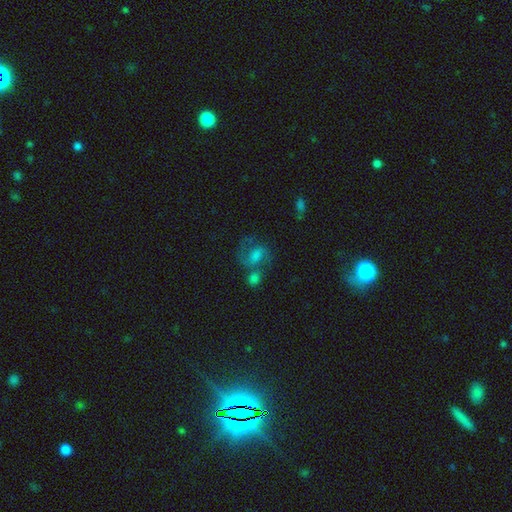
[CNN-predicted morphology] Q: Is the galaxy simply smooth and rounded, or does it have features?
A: featured or disk — 56%.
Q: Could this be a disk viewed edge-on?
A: no — 97%.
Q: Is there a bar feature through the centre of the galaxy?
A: weak — 48%.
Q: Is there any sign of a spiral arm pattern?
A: yes — 85%.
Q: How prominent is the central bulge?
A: moderate — 41%.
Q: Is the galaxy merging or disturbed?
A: none — 50%.